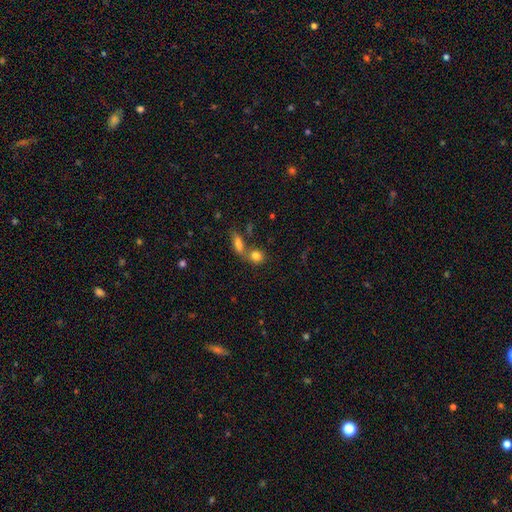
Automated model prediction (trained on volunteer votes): Smooth or featured?
  - smooth: 81% *
  - star or artifact: 10%
  - featured or disk: 10%
How rounded?
  - round: 60% *
  - in between: 36%
  - cigar-shaped: 4%
Merging?
  - merger: 45% *
  - none: 42%
  - minor disturbance: 9%
  - major disturbance: 4%